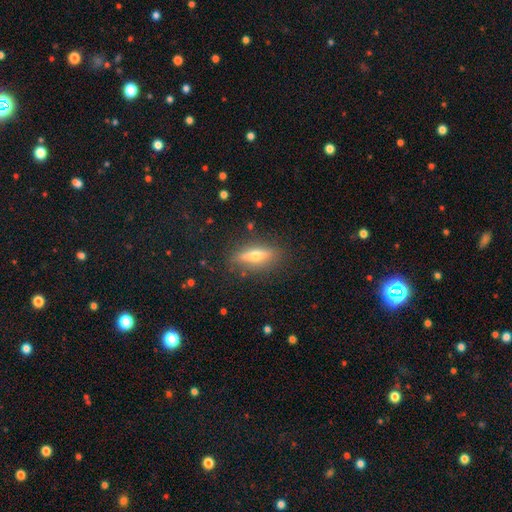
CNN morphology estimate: Smooth or featured? featured or disk (53%)
Edge-on disk? yes (87%)
Merging? none (85%)